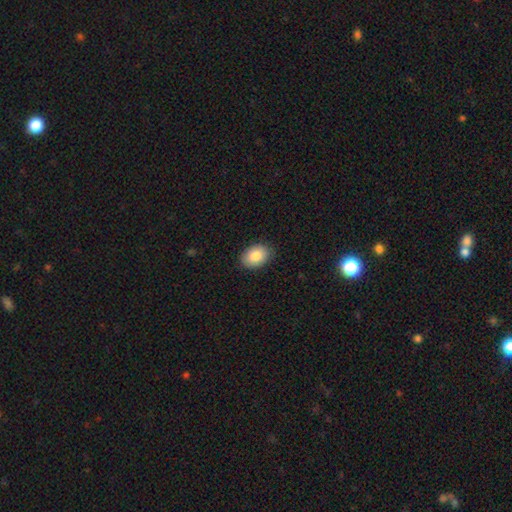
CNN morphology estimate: Q: Smooth or featured?
A: smooth (86%); runner-up: featured or disk (7%)
Q: How rounded?
A: in between (81%); runner-up: round (18%)
Q: Merging?
A: none (87%); runner-up: minor disturbance (10%)